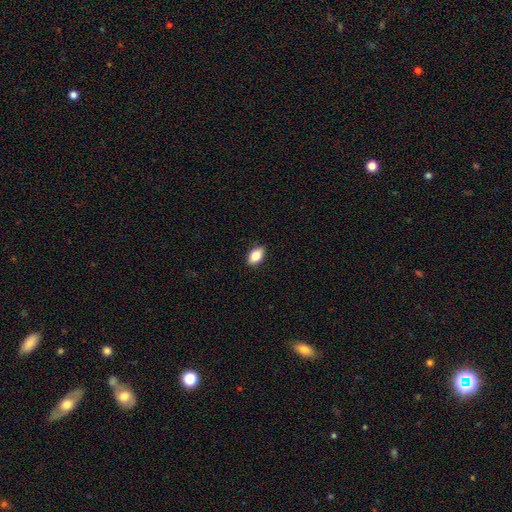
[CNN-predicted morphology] This appears to be a smooth galaxy with no disk features (81%) that is in between round and cigar-shaped (88%). Merging: none (88%).